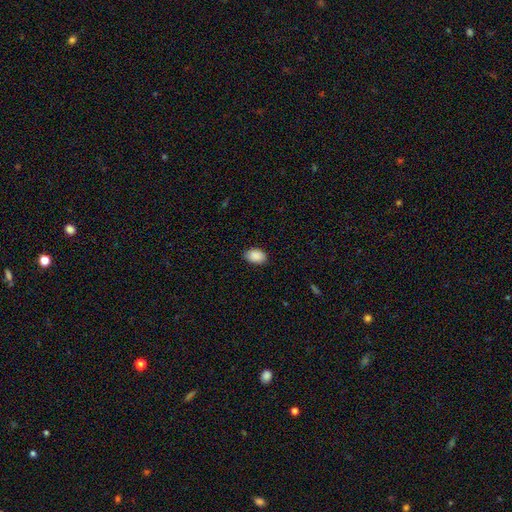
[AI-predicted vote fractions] This appears to be a smooth galaxy with no disk features (90%) that is in between round and cigar-shaped (86%). Merging: none (86%).